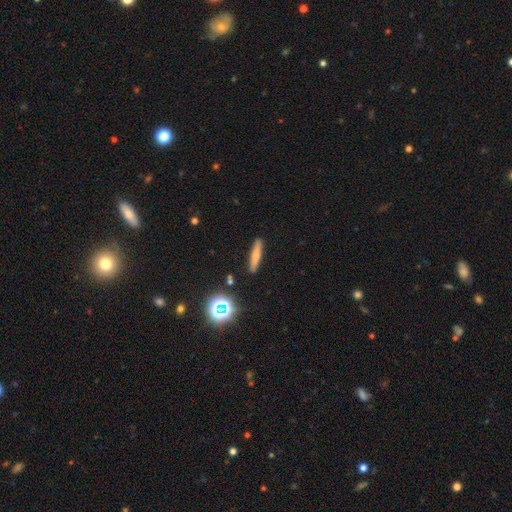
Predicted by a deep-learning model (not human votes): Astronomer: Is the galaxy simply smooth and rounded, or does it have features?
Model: smooth — 65%.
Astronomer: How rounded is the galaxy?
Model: cigar-shaped — 87%.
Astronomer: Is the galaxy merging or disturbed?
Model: none — 90%.